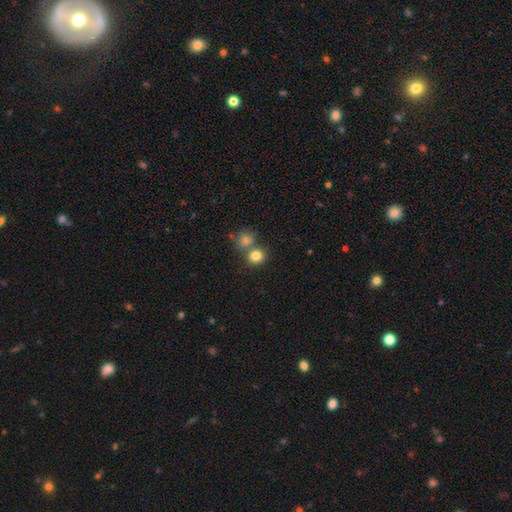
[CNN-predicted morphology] smooth-or-featured: smooth: 82% | star or artifact: 11% | featured or disk: 6%
  how-rounded: round: 82% | in between: 17% | cigar-shaped: 1%
  merging: none: 58% | merger: 32% | minor disturbance: 7% | major disturbance: 3%